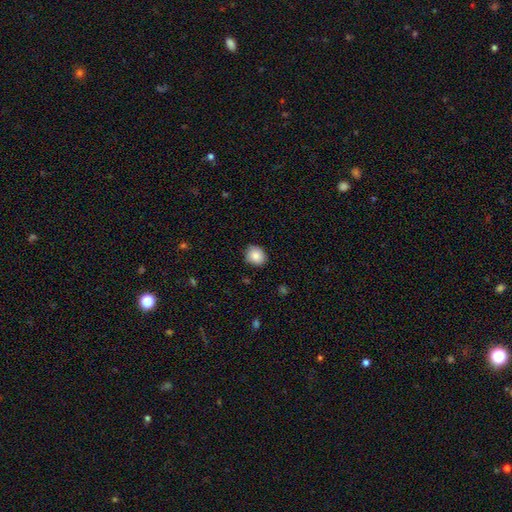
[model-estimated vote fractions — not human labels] Overall: smooth (86%). How rounded: round (62%; in between 37%). Merging: none (85%).